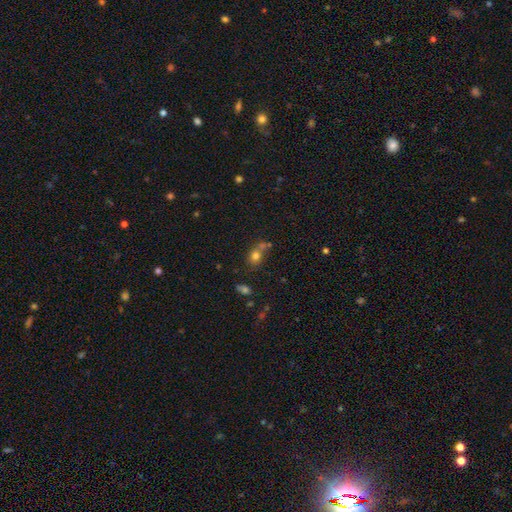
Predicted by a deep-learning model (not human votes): This appears to be a smooth galaxy with no disk features (74%) that is round (60%). Merging: none (51%).